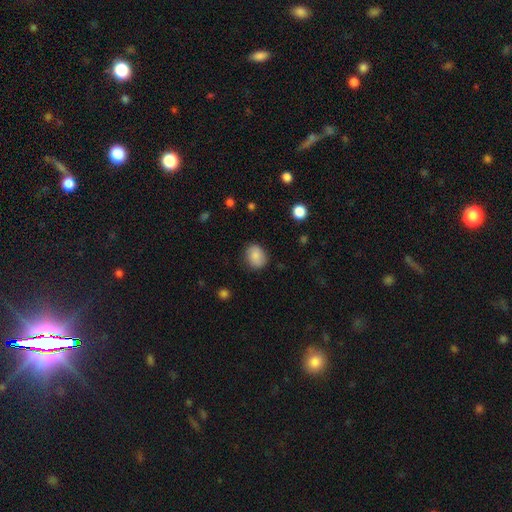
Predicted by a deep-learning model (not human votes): Smooth or featured: smooth — 84% (featured or disk — 9%)
How rounded: round — 54% (in between — 45%)
Merging: none — 80% (minor disturbance — 15%)